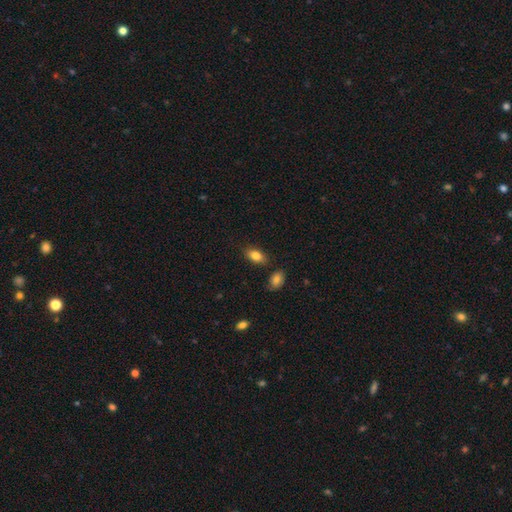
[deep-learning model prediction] A smooth galaxy with no disk features (82%) that is in between round and cigar-shaped (89%). Merging: none (82%).